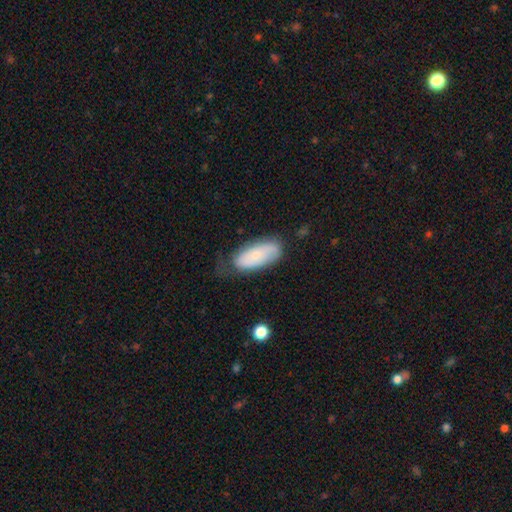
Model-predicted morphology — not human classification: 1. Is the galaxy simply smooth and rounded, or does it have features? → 62% smooth, 31% featured or disk, 7% star or artifact.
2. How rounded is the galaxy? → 88% in between, 10% cigar-shaped, 2% round.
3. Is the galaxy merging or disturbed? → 58% none, 30% minor disturbance, 10% major disturbance, 2% merger.